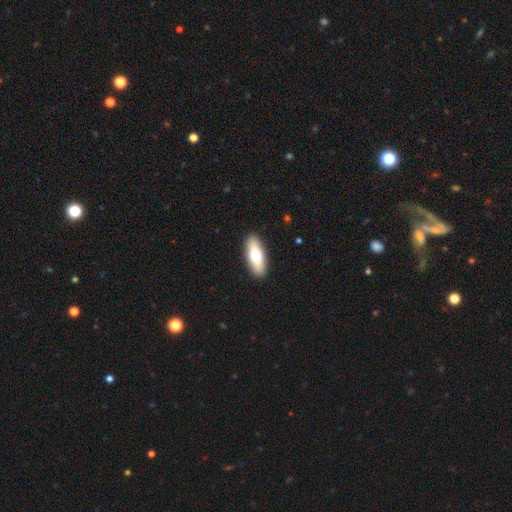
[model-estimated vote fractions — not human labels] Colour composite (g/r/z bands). It shows a smooth galaxy with no disk features (66%) that is in between round and cigar-shaped (70%). Merging: none (91%).